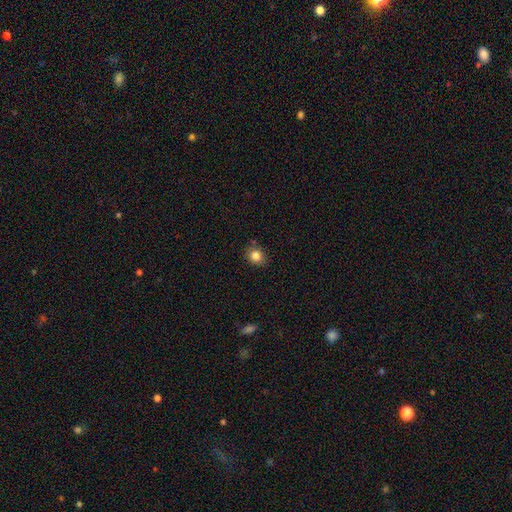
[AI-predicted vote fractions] Smooth or featured? smooth (83%)
How rounded? round (68%)
Merging? none (84%)